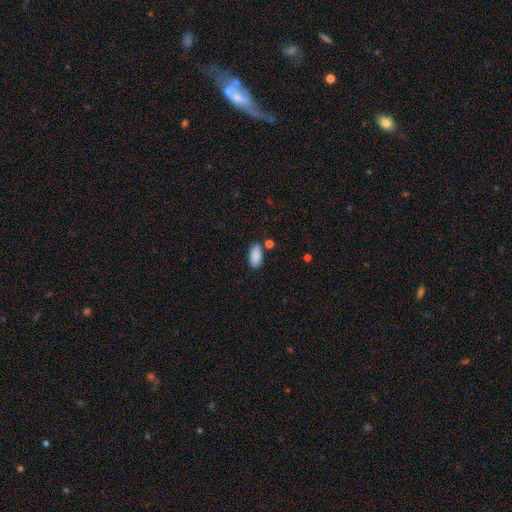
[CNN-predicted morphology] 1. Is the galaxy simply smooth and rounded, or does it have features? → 89% smooth, 7% star or artifact, 4% featured or disk.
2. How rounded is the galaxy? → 92% in between, 5% cigar-shaped, 2% round.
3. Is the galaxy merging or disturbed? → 78% none, 12% minor disturbance, 6% merger, 3% major disturbance.